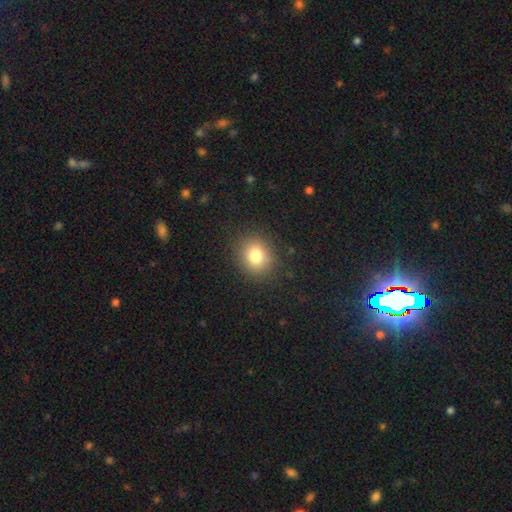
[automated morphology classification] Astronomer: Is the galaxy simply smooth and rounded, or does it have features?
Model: smooth — 80%.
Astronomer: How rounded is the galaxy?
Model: round — 67%.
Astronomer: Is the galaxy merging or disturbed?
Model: none — 87%.